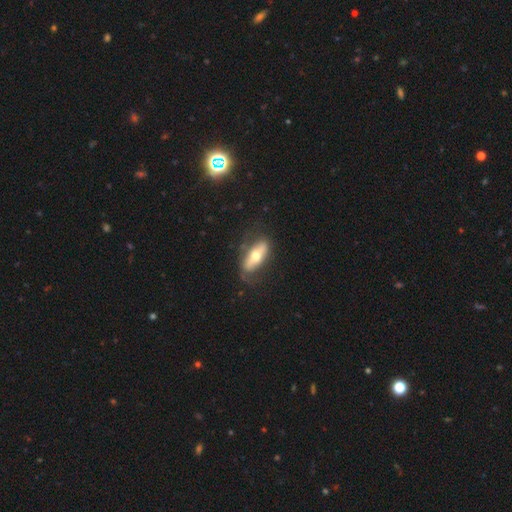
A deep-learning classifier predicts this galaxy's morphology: Smooth or featured? Predicted: featured or disk (p=0.49). Merging? Predicted: none (p=0.69).